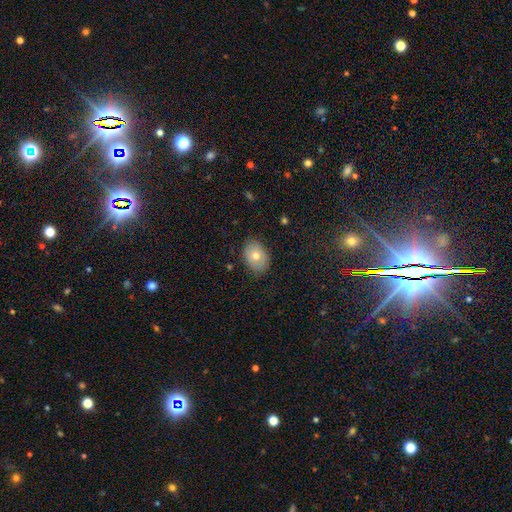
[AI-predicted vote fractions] Overall: smooth (67%). How rounded: in between (73%). Merging: none (82%).